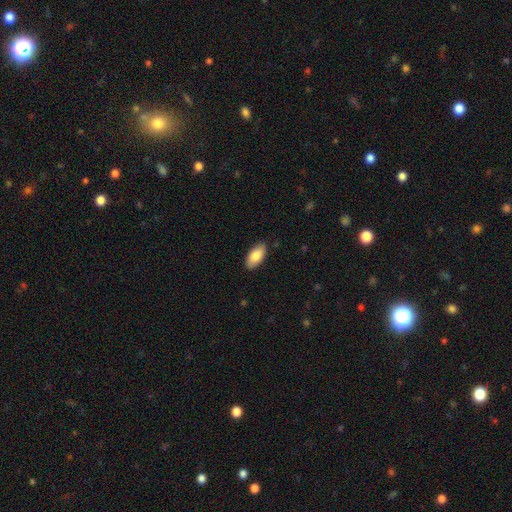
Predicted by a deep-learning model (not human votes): Smooth or featured? Predicted: smooth (p=0.85). How rounded? Predicted: in between (p=0.93). Merging? Predicted: none (p=0.86).